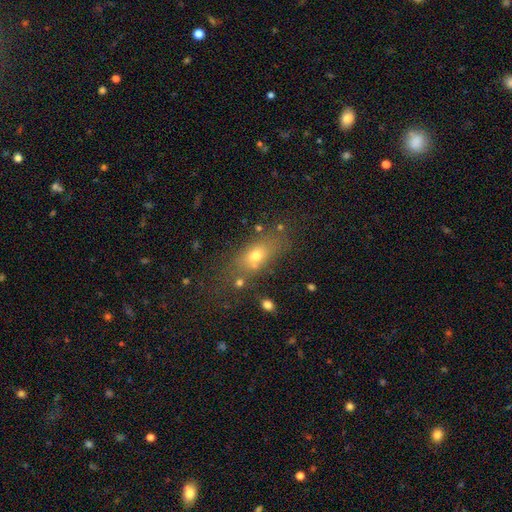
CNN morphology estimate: This appears to be a smooth galaxy with no disk features (67%) that is in between round and cigar-shaped (68%). Merging: none (63%).